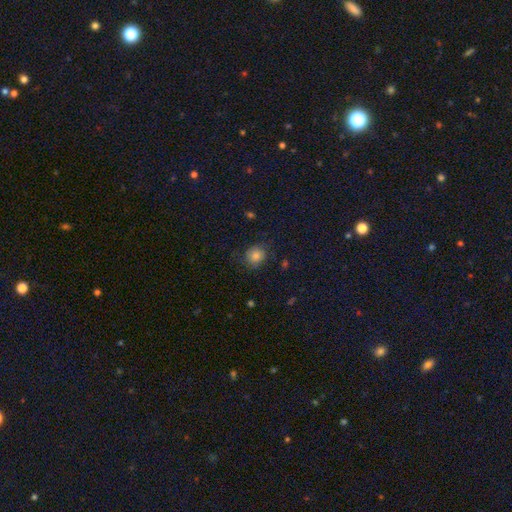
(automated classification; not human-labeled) Smooth or featured? smooth (79%)
How rounded? round (78%)
Merging? none (76%)